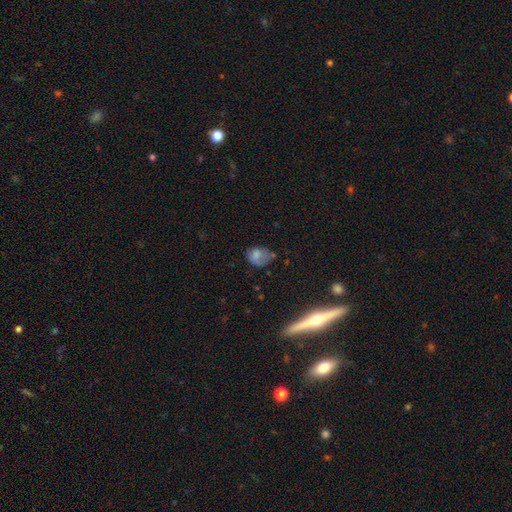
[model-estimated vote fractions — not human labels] Smooth or featured?
  - smooth: 70% *
  - featured or disk: 18%
  - star or artifact: 12%
How rounded?
  - in between: 65% *
  - round: 33%
  - cigar-shaped: 2%
Merging?
  - none: 39% *
  - minor disturbance: 32%
  - major disturbance: 23%
  - merger: 5%